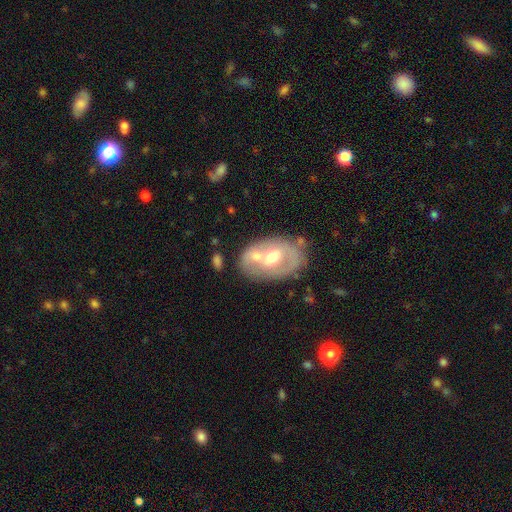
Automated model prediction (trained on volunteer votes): featured or disk 60%, smooth 34%, star or artifact 6%. Down the decision tree: edge-on disk — no (94%); bar — no (59%); spiral arms — no (64%); bulge size — moderate (74%); merging — none (43%).